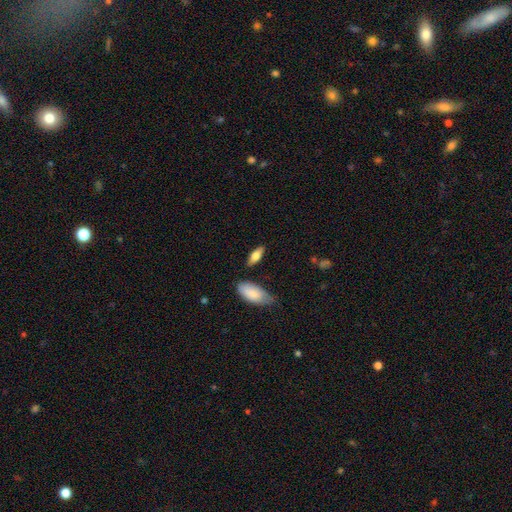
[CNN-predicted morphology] Smooth or featured?
  - smooth: 67% *
  - featured or disk: 26%
  - star or artifact: 7%
How rounded?
  - in between: 68% *
  - cigar-shaped: 29%
  - round: 3%
Merging?
  - none: 79% *
  - minor disturbance: 14%
  - merger: 4%
  - major disturbance: 3%